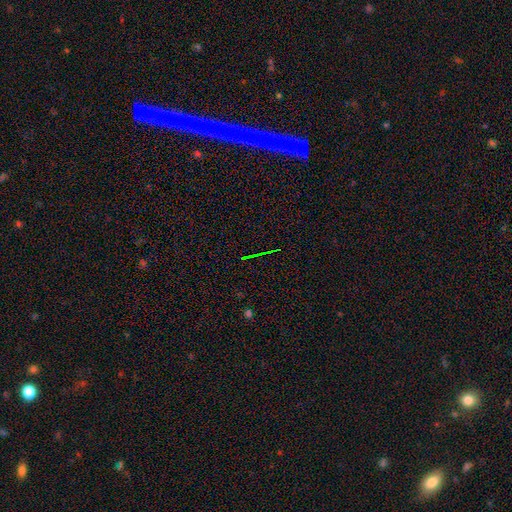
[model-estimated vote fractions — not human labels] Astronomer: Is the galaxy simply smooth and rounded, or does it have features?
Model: star or artifact — 77%.